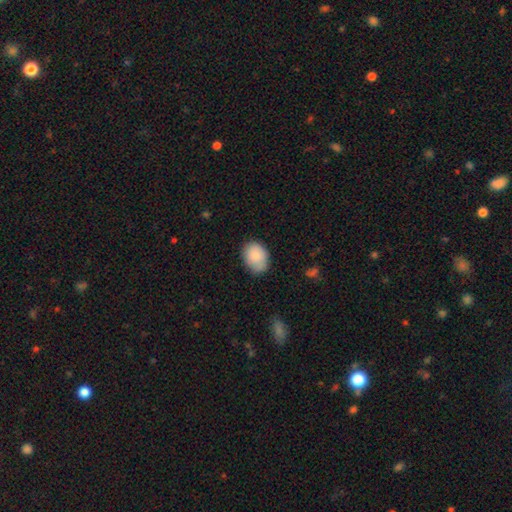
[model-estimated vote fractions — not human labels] Smooth or featured? smooth (87%)
How rounded? in between (69%)
Merging? none (71%)